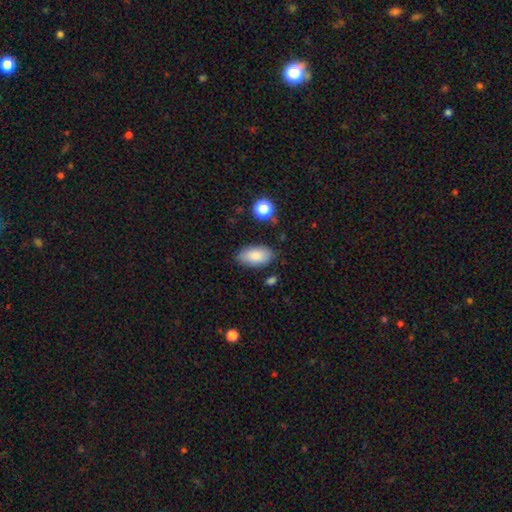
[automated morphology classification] Overall: smooth (85%). How rounded: in between (94%). Merging: none (83%).